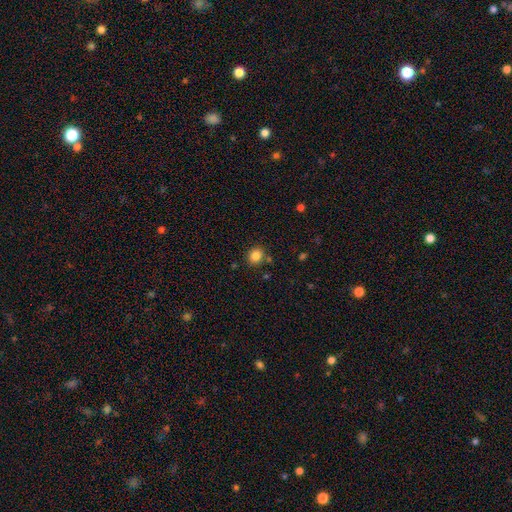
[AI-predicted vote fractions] smooth 85%, star or artifact 11%, featured or disk 4%. Down the decision tree: how rounded — round (78%); merging — none (83%).